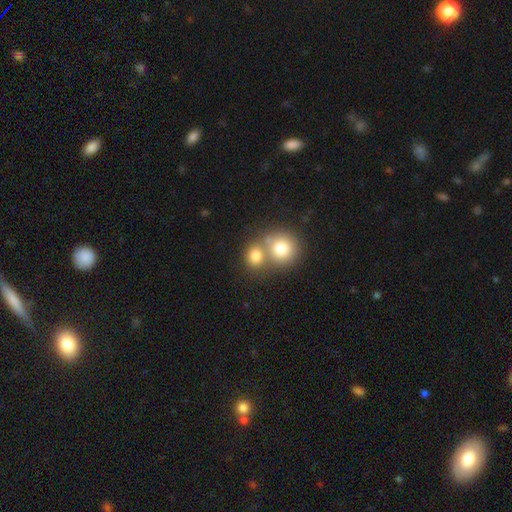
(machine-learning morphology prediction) Overall: smooth (79%). How rounded: round (74%). Merging: merger (51%; none 39%).